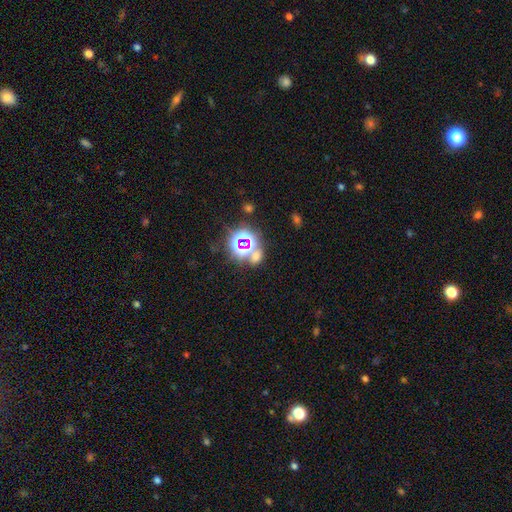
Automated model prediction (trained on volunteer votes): smooth_or_featured: star or artifact (p=0.56) [alt: smooth p=0.36]